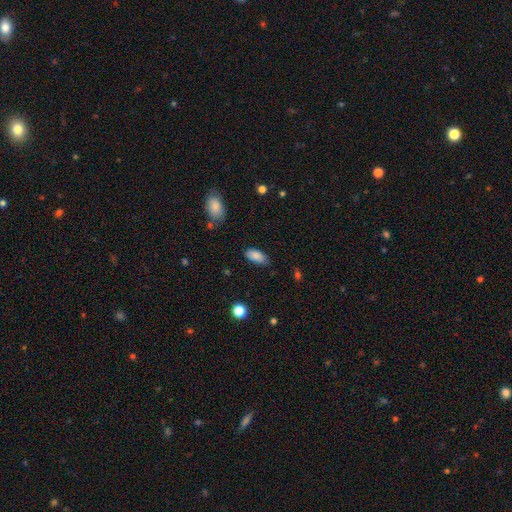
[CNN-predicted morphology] Smooth or featured: smooth — 86% (star or artifact — 8%)
How rounded: in between — 91% (cigar-shaped — 7%)
Merging: none — 76% (minor disturbance — 19%)